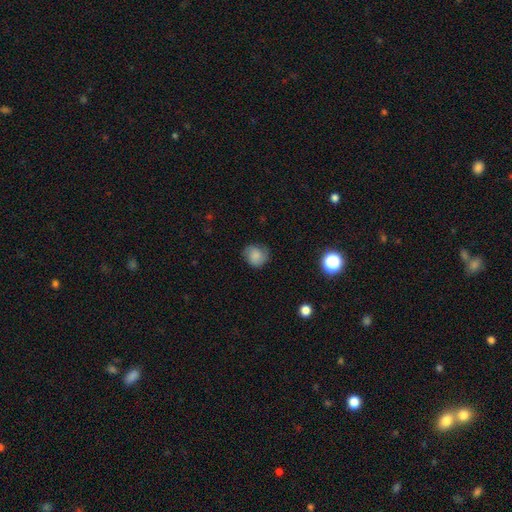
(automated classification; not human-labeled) smooth_or_featured: smooth (p=0.74) [alt: featured or disk p=0.16]
how_rounded: round (p=0.80) [alt: in between p=0.19]
merging: none (p=0.71) [alt: minor disturbance p=0.21]